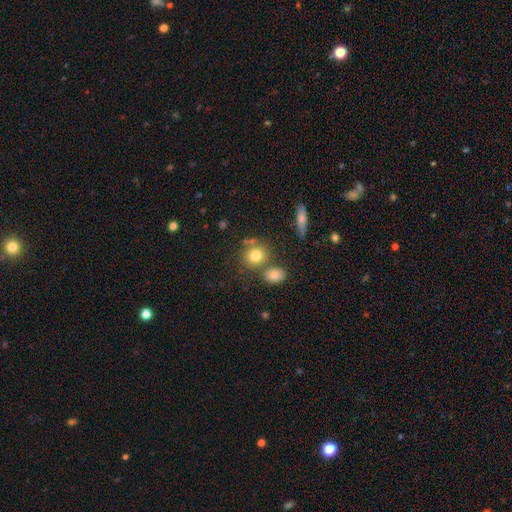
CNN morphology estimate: This is likely a smooth galaxy (79%). How rounded: likely round (76%). Merging: likely none (66%).